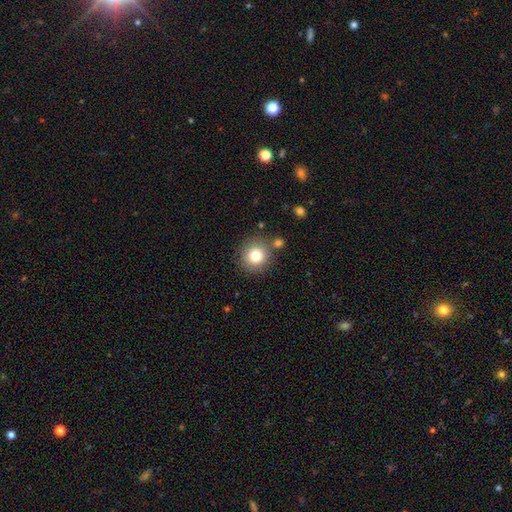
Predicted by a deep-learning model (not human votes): Overall: smooth (79%). How rounded: round (92%). Merging: none (80%).